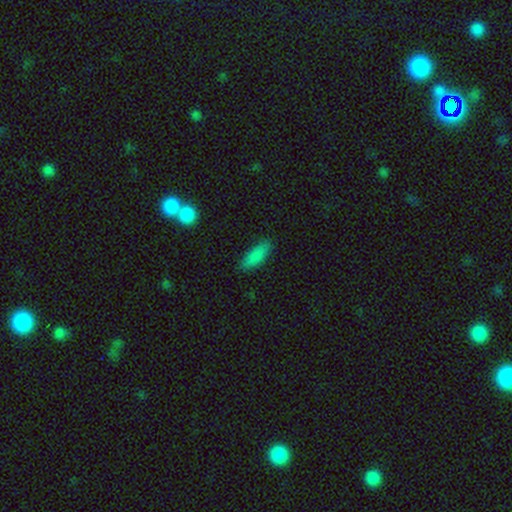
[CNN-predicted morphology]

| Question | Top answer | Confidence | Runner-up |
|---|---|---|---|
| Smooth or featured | smooth | 86% | star or artifact (8%) |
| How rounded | in between | 65% | cigar-shaped (33%) |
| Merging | none | 84% | minor disturbance (12%) |